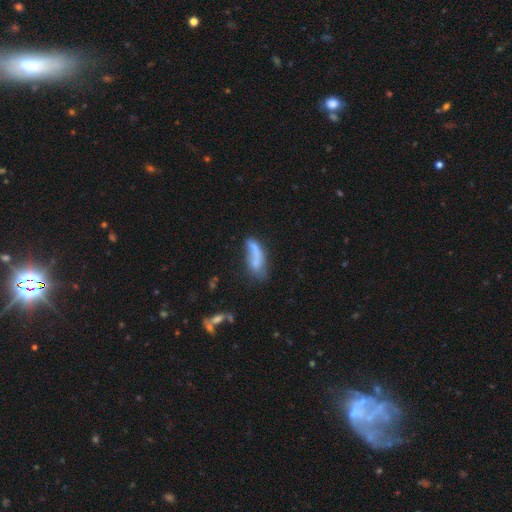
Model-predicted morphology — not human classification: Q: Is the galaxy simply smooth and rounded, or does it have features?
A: smooth — 63%.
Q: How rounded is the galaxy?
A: in between — 66%.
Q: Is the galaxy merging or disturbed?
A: none — 34%.